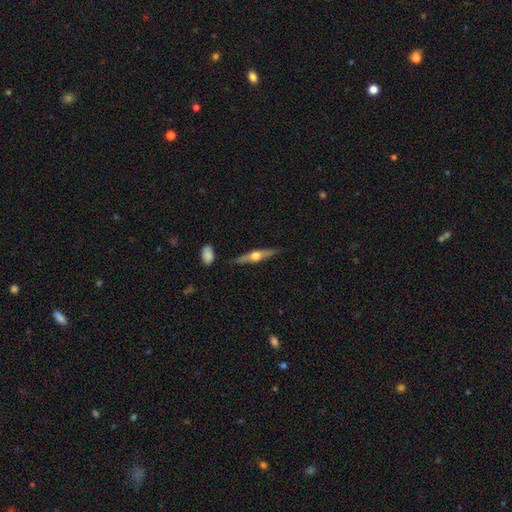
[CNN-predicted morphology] This is likely a featured or disk galaxy (70%). It is clearly viewed edge-on (97%). Edge-on bulge: clearly rounded (95%). Merging: clearly none (86%).